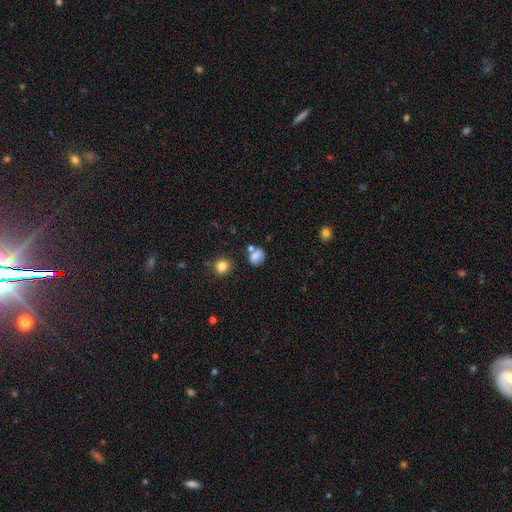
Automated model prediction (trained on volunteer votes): This appears to be a smooth galaxy with no disk features (77%) that is round (53%). Merging: none (60%).